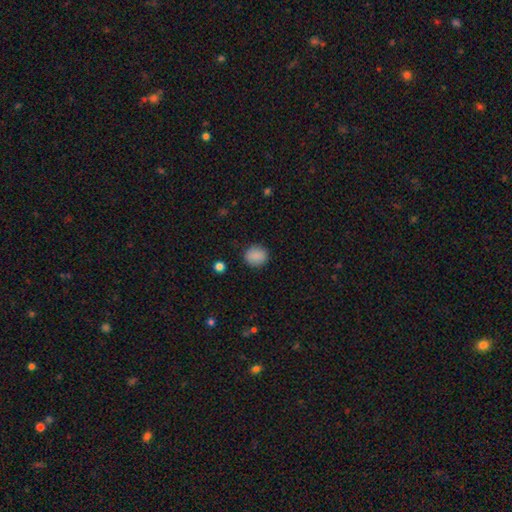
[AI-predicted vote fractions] Smooth or featured? Predicted: smooth (p=0.87). How rounded? Predicted: round (p=0.80). Merging? Predicted: none (p=0.87).